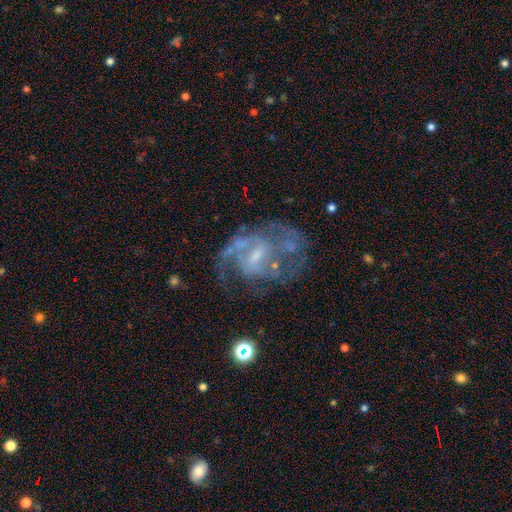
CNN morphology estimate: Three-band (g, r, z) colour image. It shows a featured or disk galaxy (81%) with a weak bar (52%), 2 (44%) medium (47%) spiral arms (83%) and a small central bulge (54%). Merging: none (50%).